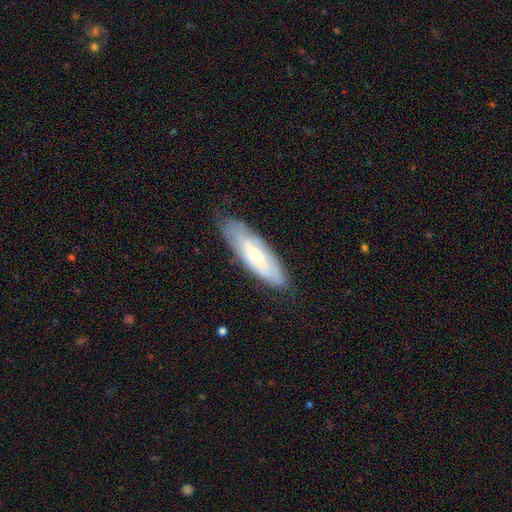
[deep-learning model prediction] Smooth or featured? Predicted: featured or disk (p=0.55). Edge-on disk? Predicted: no (p=0.73). Merging? Predicted: none (p=0.74).